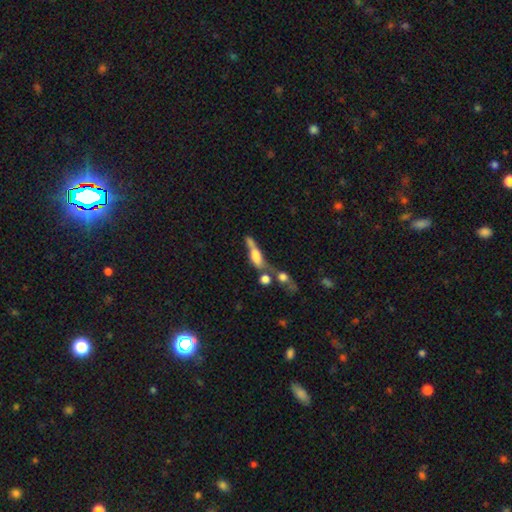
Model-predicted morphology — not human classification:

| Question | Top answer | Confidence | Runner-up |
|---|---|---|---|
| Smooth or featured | smooth | 45% | featured or disk (44%) |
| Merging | merger | 52% | none (22%) |